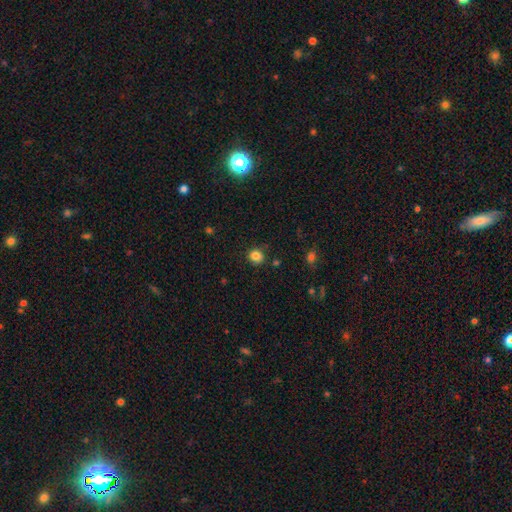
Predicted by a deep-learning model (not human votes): Smooth or featured? smooth (83%)
How rounded? round (83%)
Merging? none (84%)